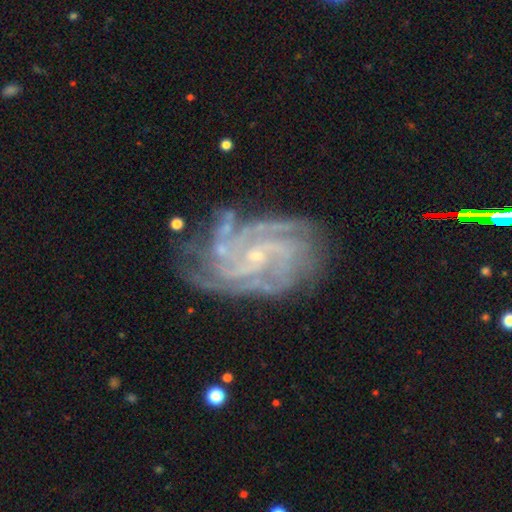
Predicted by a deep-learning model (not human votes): smooth_or_featured: featured or disk (p=0.90) [alt: star or artifact p=0.06]
disk_edge_on: no (p=0.97) [alt: yes p=0.03]
bar: no (p=0.60) [alt: weak p=0.31]
has_spiral_arms: yes (p=0.98) [alt: no p=0.02]
spiral_winding: tight (p=0.66) [alt: medium p=0.29]
spiral_arm_count: 4 (p=0.33) [alt: can't tell p=0.17]
bulge_size: small (p=0.83) [alt: moderate p=0.12]
merging: none (p=0.71) [alt: minor disturbance p=0.19]